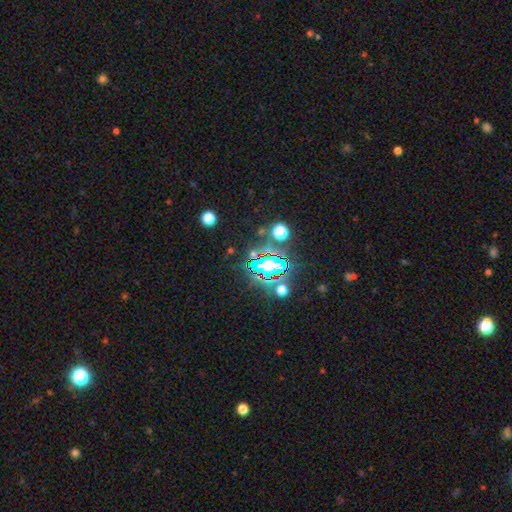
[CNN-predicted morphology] star or artifact 73%, smooth 17%, featured or disk 10%.